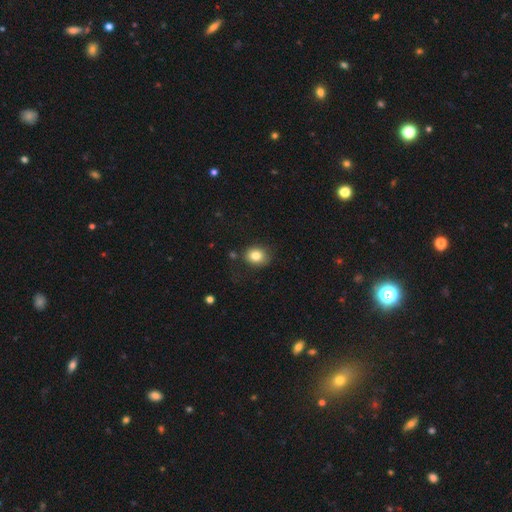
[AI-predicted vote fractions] The model was most divided on "how rounded": round: 58%, in between: 41%, cigar-shaped: 1%. More confident: smooth or featured — smooth (81%); merging — none (75%).